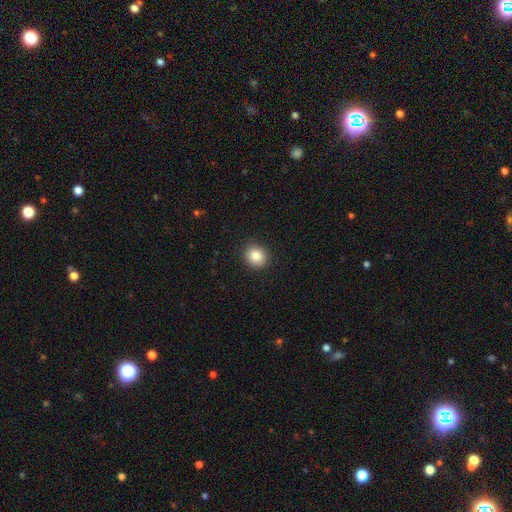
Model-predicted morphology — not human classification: Q: Smooth or featured?
A: smooth (84%); runner-up: star or artifact (9%)
Q: How rounded?
A: round (81%); runner-up: in between (18%)
Q: Merging?
A: none (91%); runner-up: minor disturbance (6%)